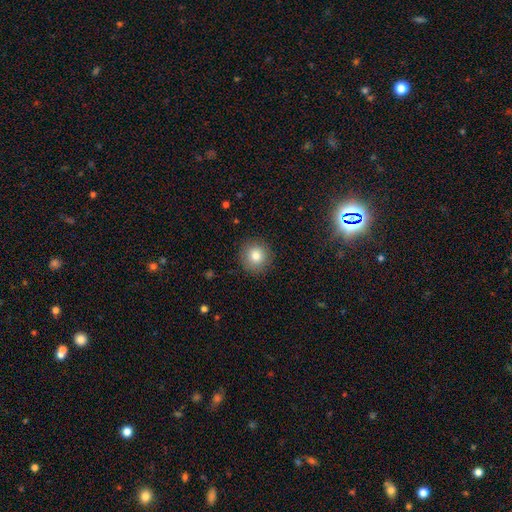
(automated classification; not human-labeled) The model was most divided on "smooth or featured": smooth: 80%, star or artifact: 11%, featured or disk: 9%. More confident: how rounded — round (94%); merging — none (90%).